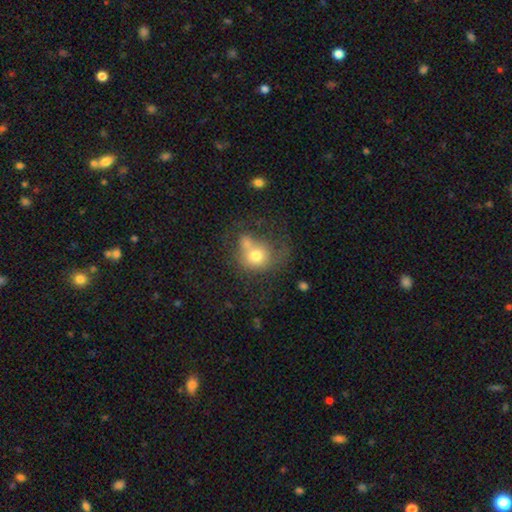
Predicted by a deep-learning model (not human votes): This is likely a smooth galaxy (68%). How rounded: likely round (71%). Merging: marginally merger (34%).